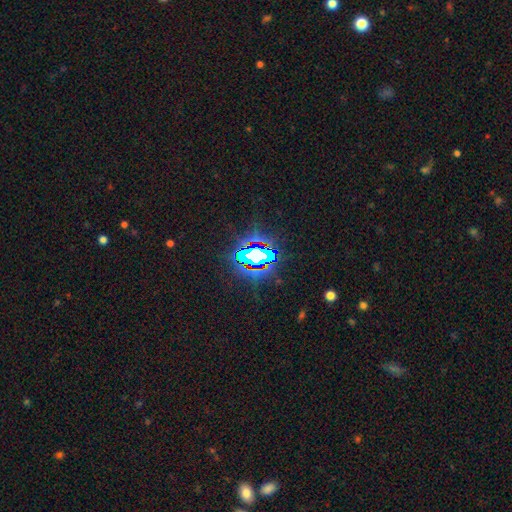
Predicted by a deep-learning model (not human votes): This appears to be a star or artifact, not a galaxy (70%).